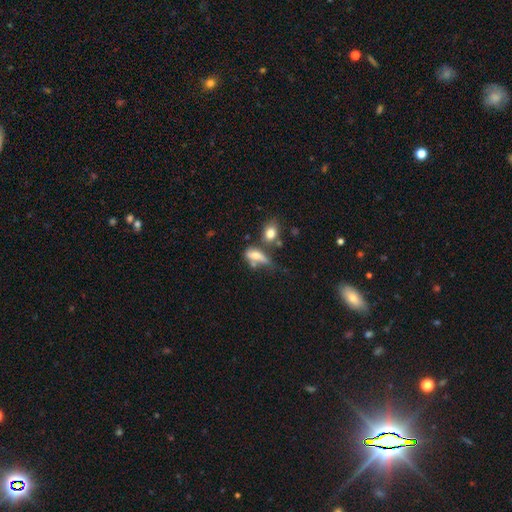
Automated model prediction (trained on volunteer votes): A smooth galaxy with no disk features (56%) that is in between round and cigar-shaped (65%).

Vote fractions:
- Smooth or featured? smooth: 56% / featured or disk: 32% / star or artifact: 12%
- How rounded? in between: 65% / cigar-shaped: 23% / round: 12%
- Merging? none: 32% / merger: 29% / minor disturbance: 20% / major disturbance: 19%